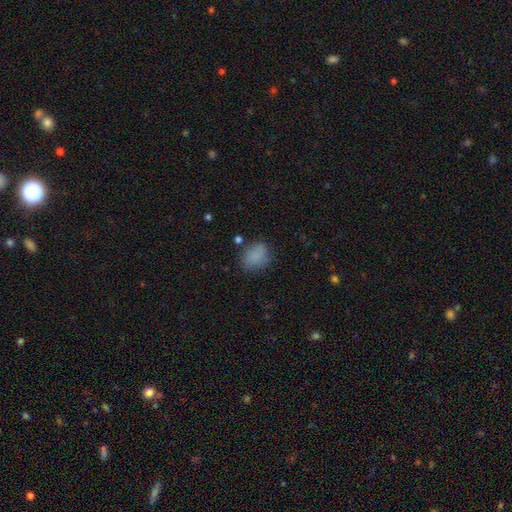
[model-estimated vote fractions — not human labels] Q: Smooth or featured?
A: smooth (82%); runner-up: star or artifact (11%)
Q: How rounded?
A: in between (54%); runner-up: round (45%)
Q: Merging?
A: none (69%); runner-up: minor disturbance (20%)